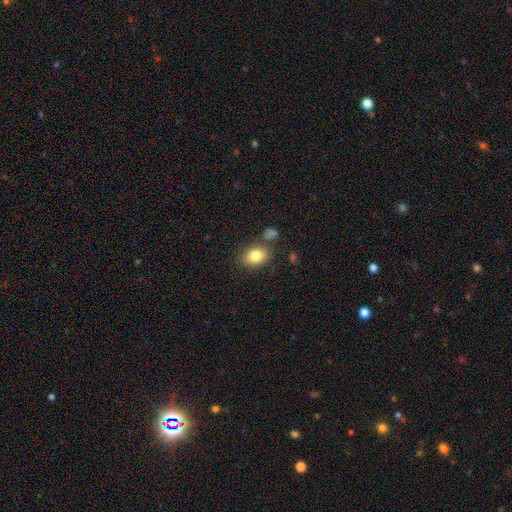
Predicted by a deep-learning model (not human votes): This is clearly a smooth galaxy (82%). How rounded: likely in between (72%). Merging: likely none (73%).